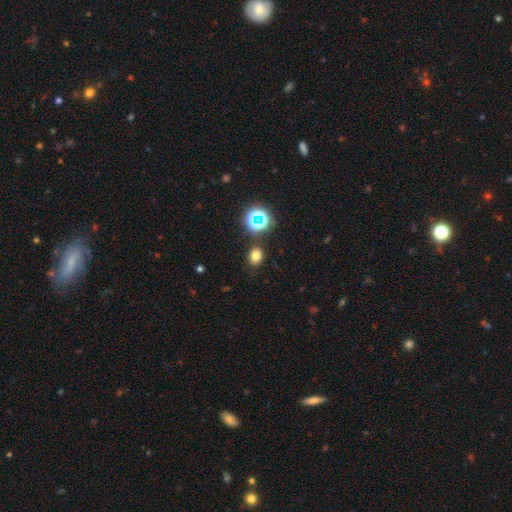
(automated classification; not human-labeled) A smooth galaxy with no disk features (72%) that is round (57%).

Vote fractions:
- Smooth or featured? smooth: 72% / star or artifact: 21% / featured or disk: 7%
- How rounded? round: 57% / in between: 42% / cigar-shaped: 1%
- Merging? none: 85% / minor disturbance: 9% / merger: 3% / major disturbance: 3%